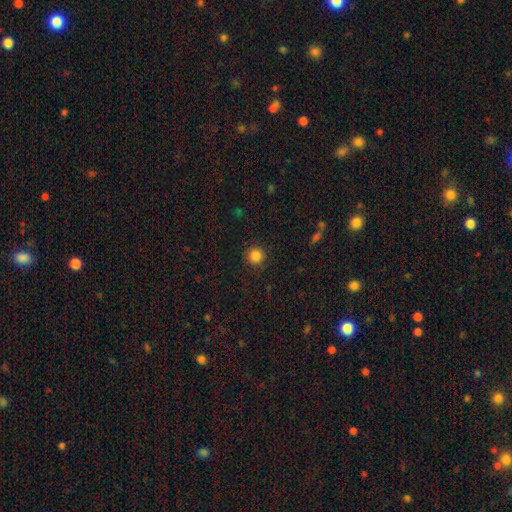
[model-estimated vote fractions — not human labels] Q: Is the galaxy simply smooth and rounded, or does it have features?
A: smooth — 85%.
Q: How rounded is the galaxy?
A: round — 95%.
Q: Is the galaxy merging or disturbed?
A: none — 91%.